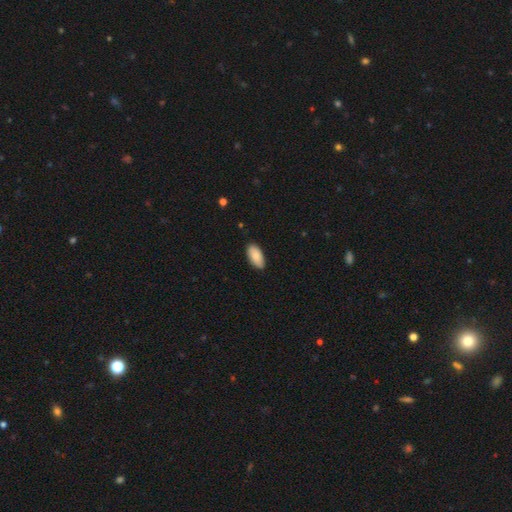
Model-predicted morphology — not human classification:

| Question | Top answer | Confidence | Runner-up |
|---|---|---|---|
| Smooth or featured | smooth | 87% | featured or disk (7%) |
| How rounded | in between | 94% | cigar-shaped (4%) |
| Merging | none | 86% | minor disturbance (11%) |